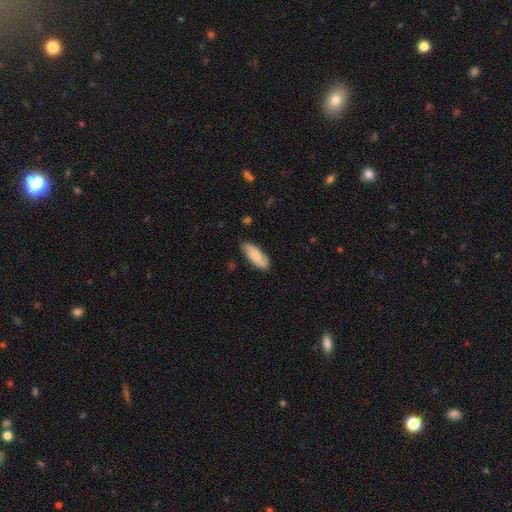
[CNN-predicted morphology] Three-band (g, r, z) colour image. It shows a smooth galaxy with no disk features (81%) that is in between round and cigar-shaped (71%). Merging: none (80%).